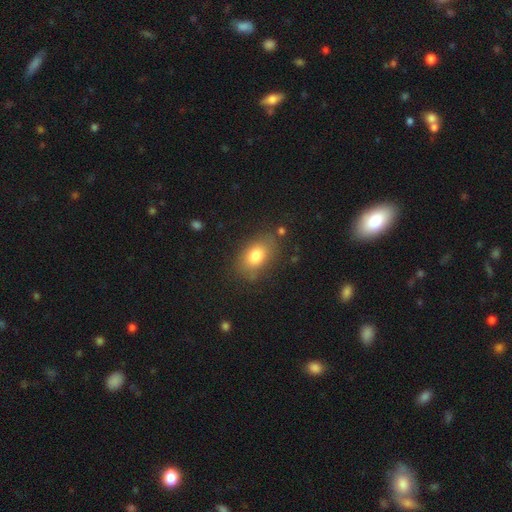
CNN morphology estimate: Smooth or featured? Predicted: smooth (p=0.79). How rounded? Predicted: in between (p=0.85). Merging? Predicted: none (p=0.77).